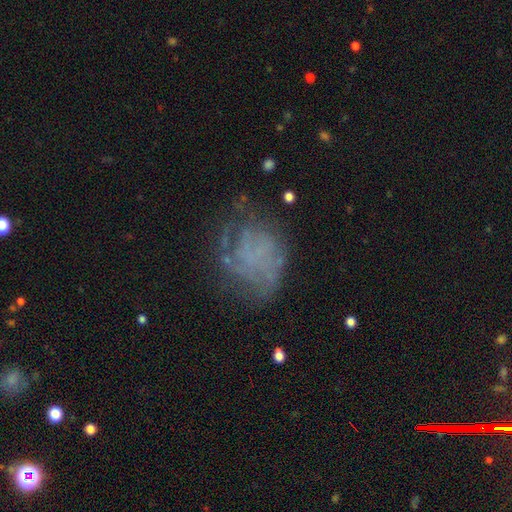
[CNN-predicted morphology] featured or disk 57%, smooth 27%, star or artifact 16%. Down the decision tree: edge-on disk — no (98%); bar — no (88%); spiral arms — no (51%); bulge size — none (81%); merging — none (51%).